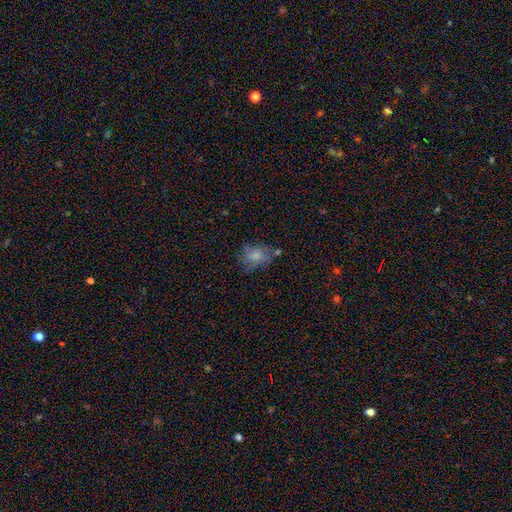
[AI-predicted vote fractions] Smooth or featured? smooth (70%)
How rounded? in between (56%)
Merging? none (54%)